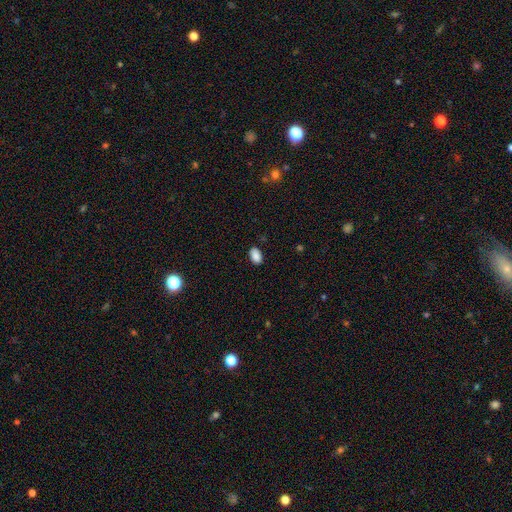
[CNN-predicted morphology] Smooth or featured? Predicted: smooth (p=0.89). How rounded? Predicted: in between (p=0.92). Merging? Predicted: none (p=0.86).